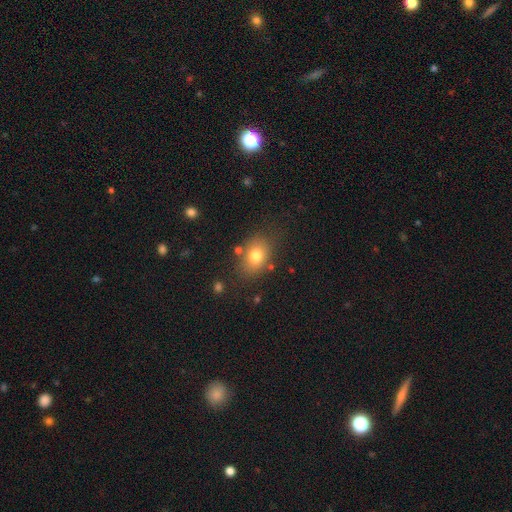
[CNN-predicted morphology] Q: Smooth or featured?
A: smooth (77%); runner-up: featured or disk (12%)
Q: How rounded?
A: in between (70%); runner-up: round (29%)
Q: Merging?
A: none (76%); runner-up: minor disturbance (14%)